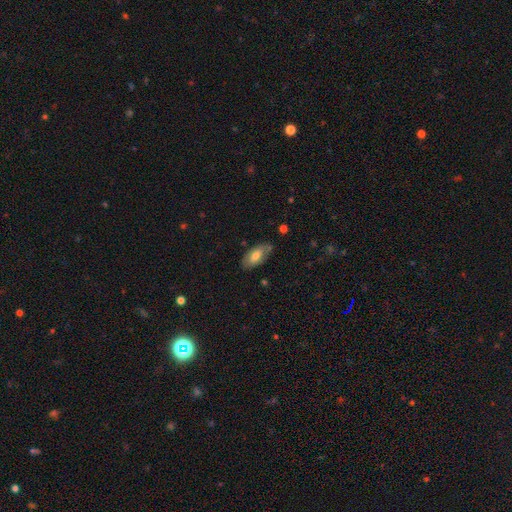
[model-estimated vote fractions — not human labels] This is likely a smooth galaxy (71%). How rounded: clearly in between (89%). Merging: likely none (76%).